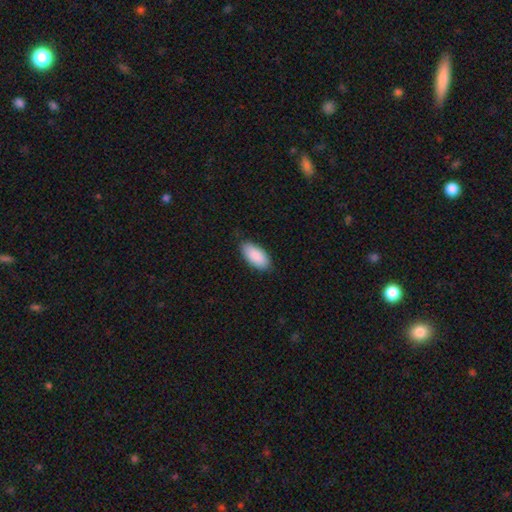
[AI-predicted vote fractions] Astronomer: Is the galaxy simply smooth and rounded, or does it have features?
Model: smooth — 90%.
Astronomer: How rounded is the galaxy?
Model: in between — 92%.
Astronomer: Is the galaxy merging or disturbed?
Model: none — 83%.